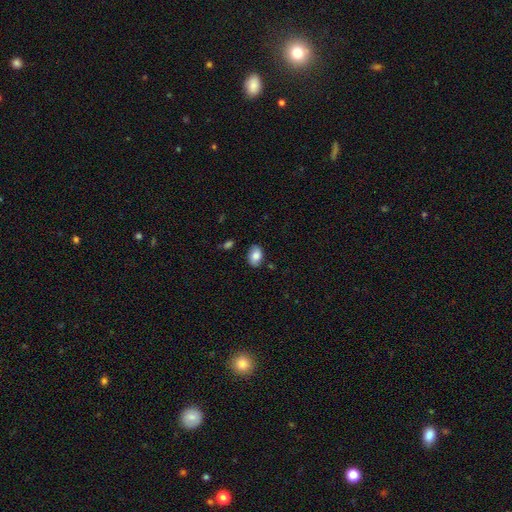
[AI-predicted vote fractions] Smooth or featured? smooth (81%)
How rounded? in between (86%)
Merging? none (81%)